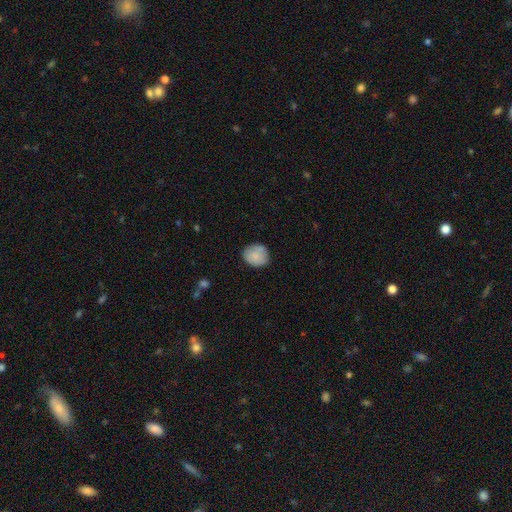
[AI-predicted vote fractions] Q: Smooth or featured?
A: smooth (82%); runner-up: featured or disk (11%)
Q: How rounded?
A: round (74%); runner-up: in between (25%)
Q: Merging?
A: none (76%); runner-up: minor disturbance (18%)